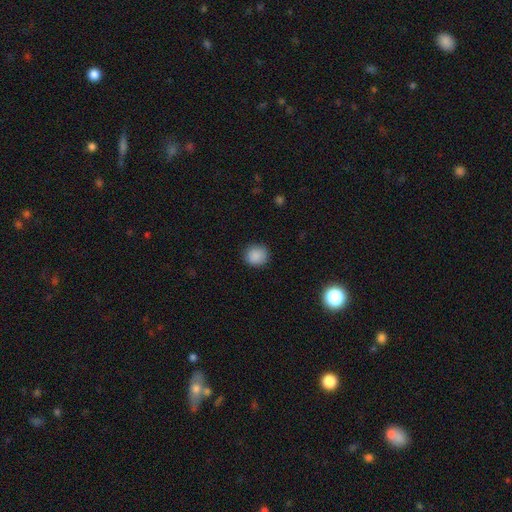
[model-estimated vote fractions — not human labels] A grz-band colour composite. It shows a smooth galaxy with no disk features (88%) that is round (90%). Merging: none (88%).